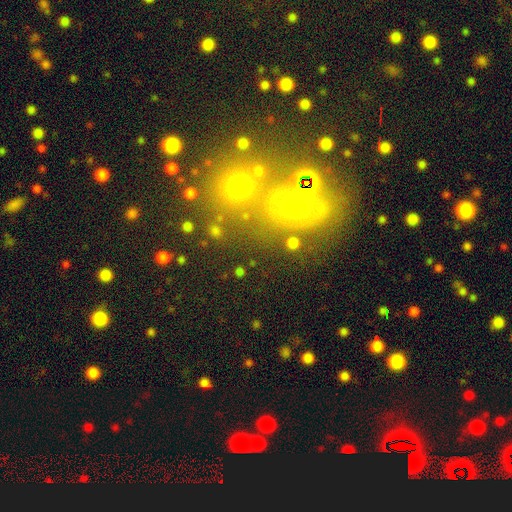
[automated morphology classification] Q: Smooth or featured?
A: star or artifact (46%); runner-up: smooth (37%)